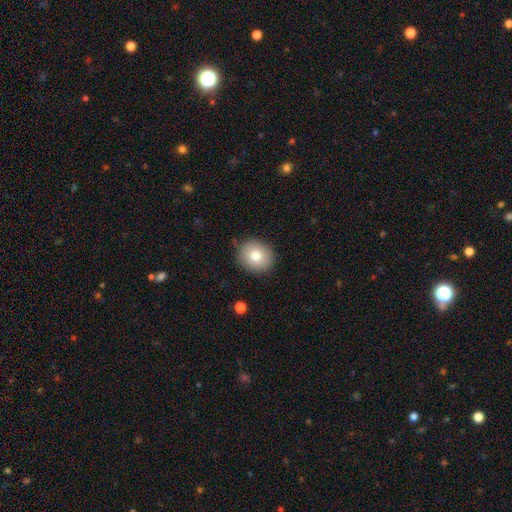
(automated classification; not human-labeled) Smooth or featured? smooth (78%)
How rounded? round (77%)
Merging? none (87%)